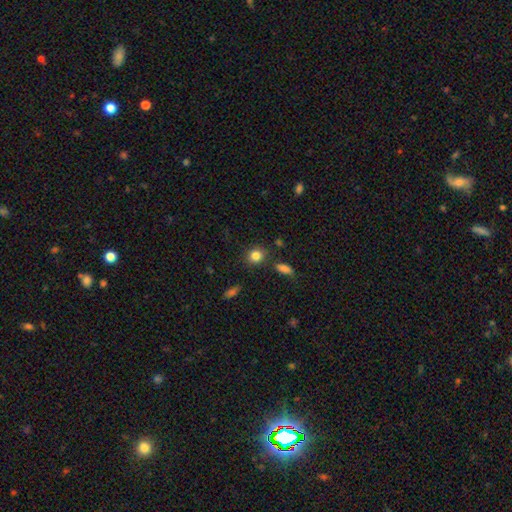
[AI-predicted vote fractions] This appears to be a smooth galaxy with no disk features (84%) that is round (68%). Merging: none (83%).